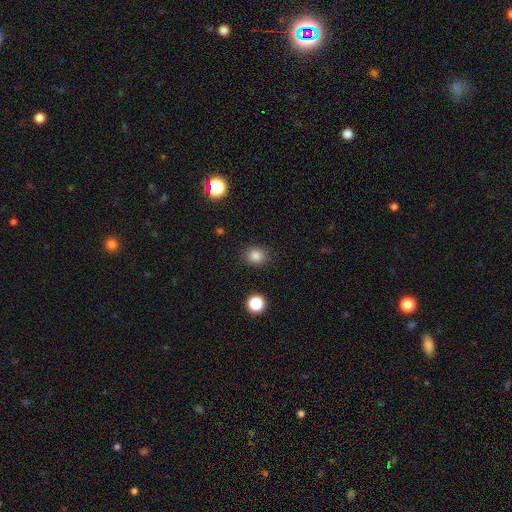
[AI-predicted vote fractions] Morphology: type=smooth (84%); roundness=round (76%); merging=none (88%).